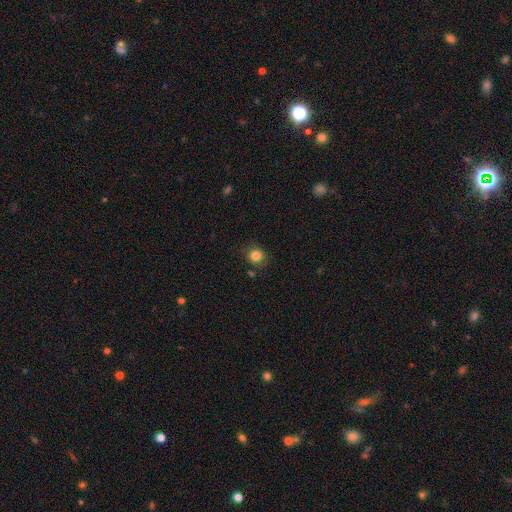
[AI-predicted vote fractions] A smooth galaxy with no disk features (83%) that is round (85%). Merging: none (83%).